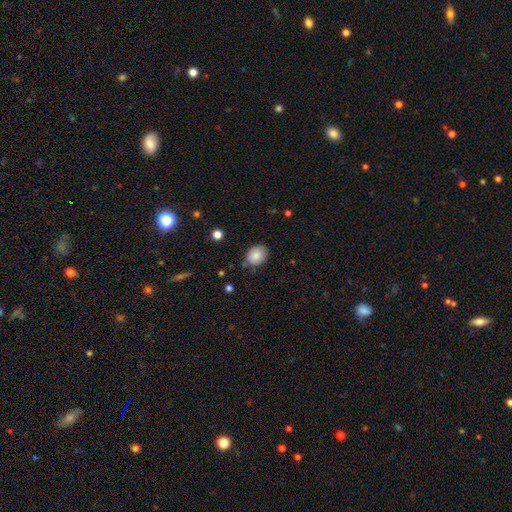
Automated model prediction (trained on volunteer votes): smooth_or_featured: smooth (p=0.84) [alt: star or artifact p=0.08]
how_rounded: round (p=0.52) [alt: in between p=0.47]
merging: none (p=0.76) [alt: minor disturbance p=0.19]